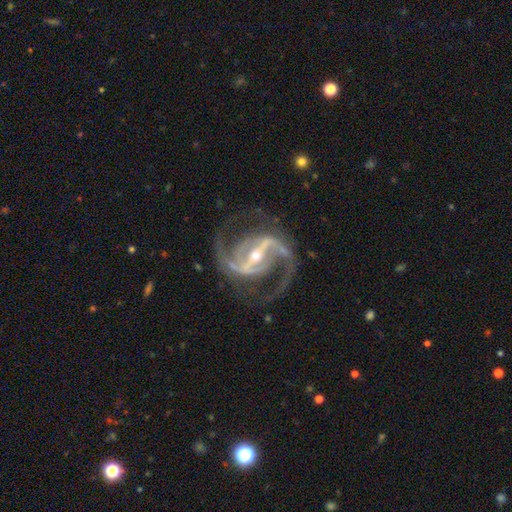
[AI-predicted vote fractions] Smooth or featured: featured or disk — 93% (star or artifact — 5%)
Edge-on disk: no — 97% (yes — 3%)
Bar: strong — 73% (weak — 21%)
Spiral arms: yes — 98% (no — 2%)
Spiral winding: medium — 62% (loose — 22%)
Spiral arm count: 2 — 91% (3 — 3%)
Bulge size: small — 58% (moderate — 39%)
Merging: none — 77% (minor disturbance — 13%)